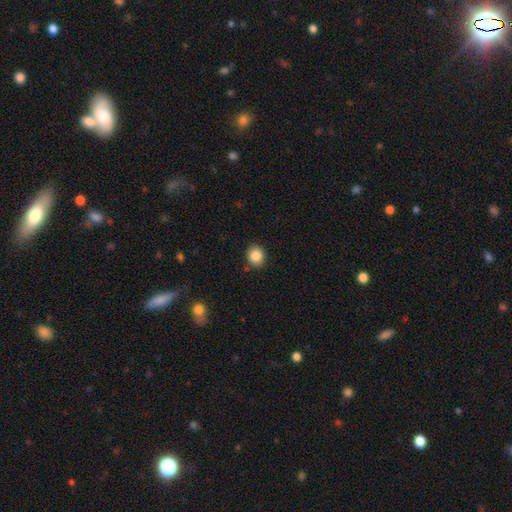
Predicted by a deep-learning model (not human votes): smooth 86%, star or artifact 10%, featured or disk 5%. Down the decision tree: how rounded — round (77%); merging — none (89%).